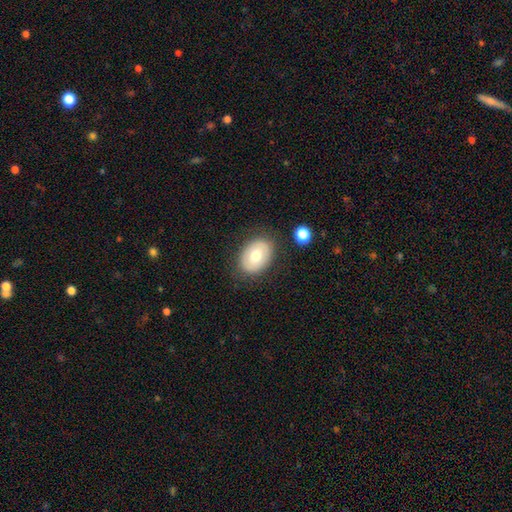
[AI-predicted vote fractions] This appears to be a smooth galaxy with no disk features (67%) that is in between round and cigar-shaped (73%). Merging: none (82%).